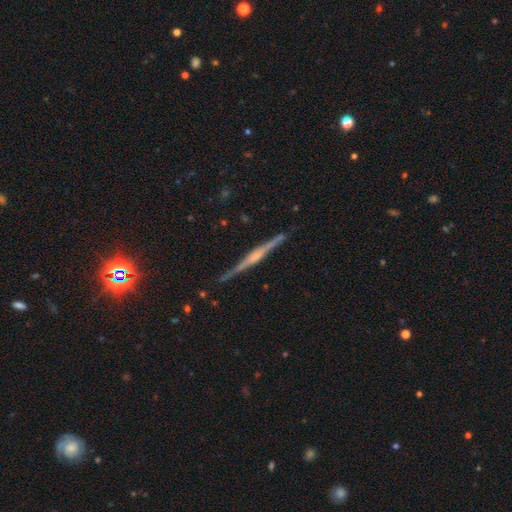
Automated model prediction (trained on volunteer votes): A featured or disk galaxy (83%) viewed edge-on (98%) with a rounded central bulge (60%). Merging: none (90%).